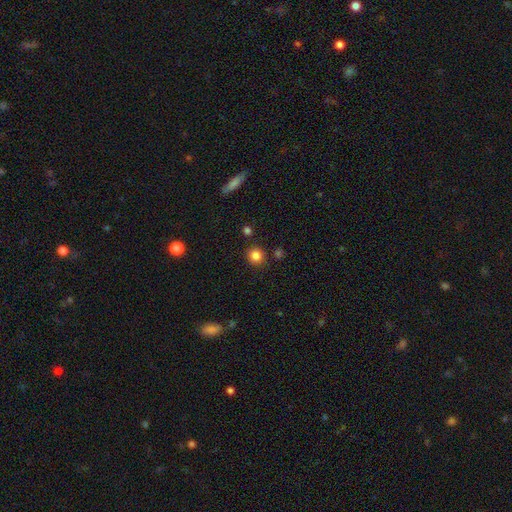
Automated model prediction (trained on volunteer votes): smooth 83%, star or artifact 12%, featured or disk 5%. Down the decision tree: how rounded — round (91%); merging — none (87%).